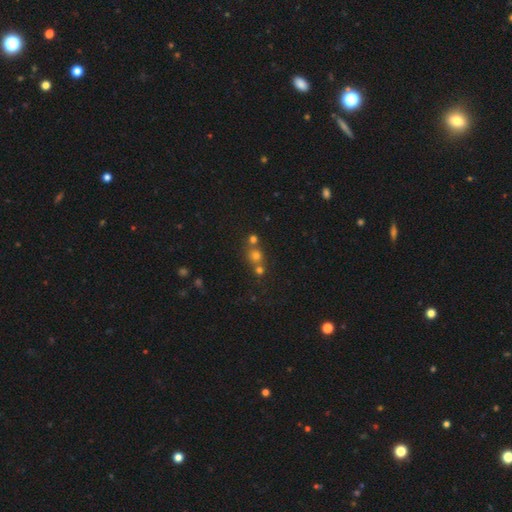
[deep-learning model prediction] Q: Smooth or featured?
A: smooth (59%); runner-up: star or artifact (29%)
Q: How rounded?
A: round (87%); runner-up: in between (12%)
Q: Merging?
A: none (54%); runner-up: merger (37%)